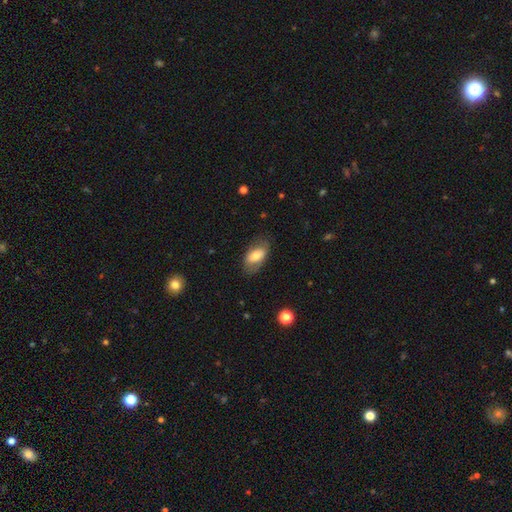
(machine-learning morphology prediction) Q: Smooth or featured?
A: smooth (62%); runner-up: featured or disk (32%)
Q: How rounded?
A: in between (91%); runner-up: round (5%)
Q: Merging?
A: none (70%); runner-up: minor disturbance (20%)